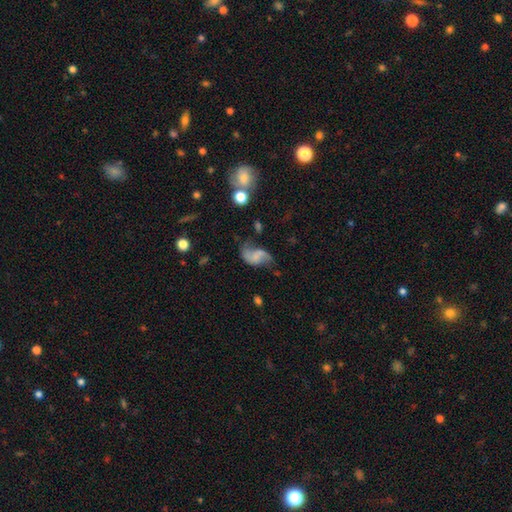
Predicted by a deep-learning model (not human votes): Smooth or featured?
  - featured or disk: 61% *
  - smooth: 29%
  - star or artifact: 10%
Edge-on disk?
  - no: 97% *
  - yes: 3%
Bar?
  - no: 54% *
  - weak: 35%
  - strong: 11%
Spiral arms?
  - yes: 86% *
  - no: 14%
Spiral winding?
  - loose: 71% *
  - medium: 22%
  - tight: 6%
Spiral arm count?
  - 2: 87% *
  - can't tell: 5%
  - 1: 5%
  - 3: 1%
  - 4: 1%
  - more than 4: 1%
Bulge size?
  - none: 50% *
  - small: 31%
  - moderate: 14%
  - large: 3%
  - dominant: 1%
Merging?
  - none: 48% *
  - minor disturbance: 25%
  - major disturbance: 19%
  - merger: 8%